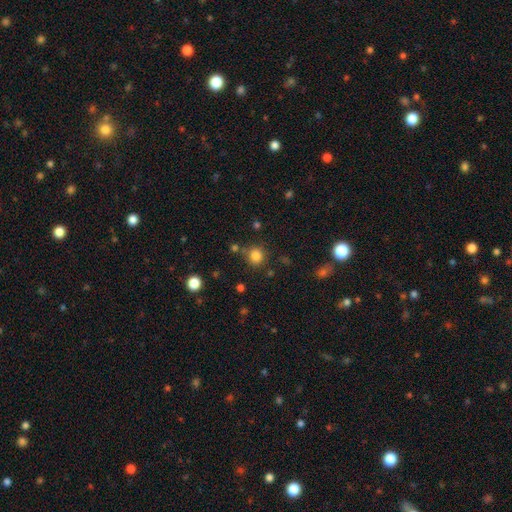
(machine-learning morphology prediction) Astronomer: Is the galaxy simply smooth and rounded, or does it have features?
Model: smooth — 82%.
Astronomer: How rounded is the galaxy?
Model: round — 90%.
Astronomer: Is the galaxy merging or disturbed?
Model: none — 79%.